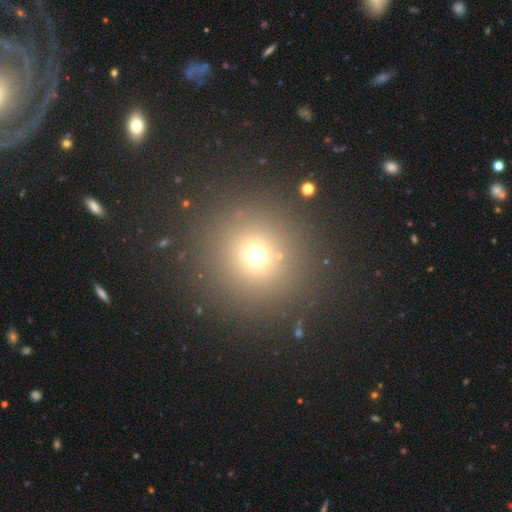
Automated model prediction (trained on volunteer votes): smooth-or-featured: smooth: 66% | star or artifact: 25% | featured or disk: 9%
  how-rounded: round: 93% | in between: 6% | cigar-shaped: 1%
  merging: none: 87% | minor disturbance: 6% | major disturbance: 4% | merger: 3%